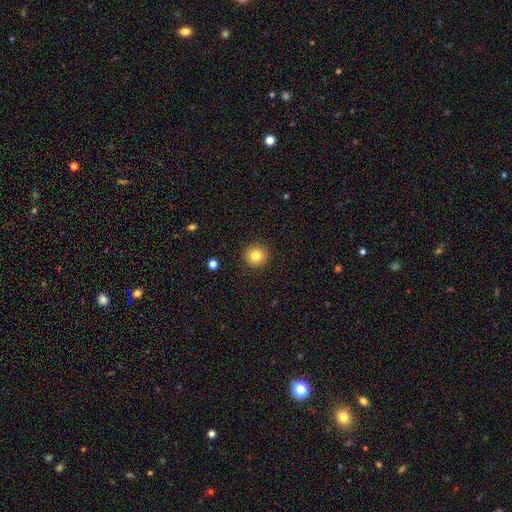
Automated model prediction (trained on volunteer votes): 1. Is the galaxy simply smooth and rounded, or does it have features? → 82% smooth, 11% star or artifact, 7% featured or disk.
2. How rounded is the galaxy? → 95% round, 4% in between, 1% cigar-shaped.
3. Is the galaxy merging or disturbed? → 92% none, 5% minor disturbance, 2% major disturbance, 1% merger.